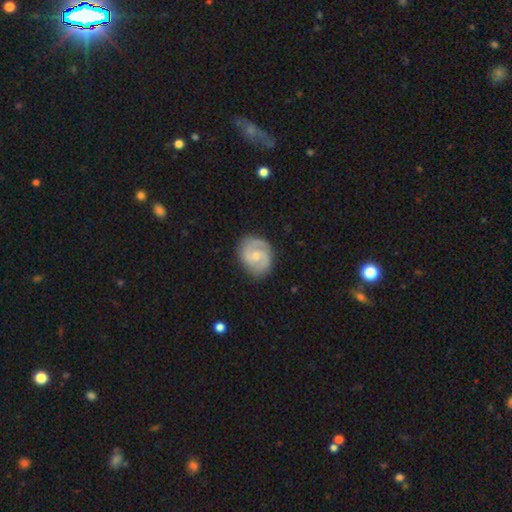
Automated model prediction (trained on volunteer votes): smooth_or_featured: featured or disk (p=0.77) [alt: smooth p=0.17]
disk_edge_on: no (p=0.98) [alt: yes p=0.02]
bar: no (p=0.47) [alt: weak p=0.46]
has_spiral_arms: yes (p=0.94) [alt: no p=0.06]
spiral_winding: medium (p=0.49) [alt: tight p=0.37]
spiral_arm_count: 2 (p=0.86) [alt: can't tell p=0.06]
bulge_size: small (p=0.52) [alt: moderate p=0.39]
merging: none (p=0.80) [alt: minor disturbance p=0.15]